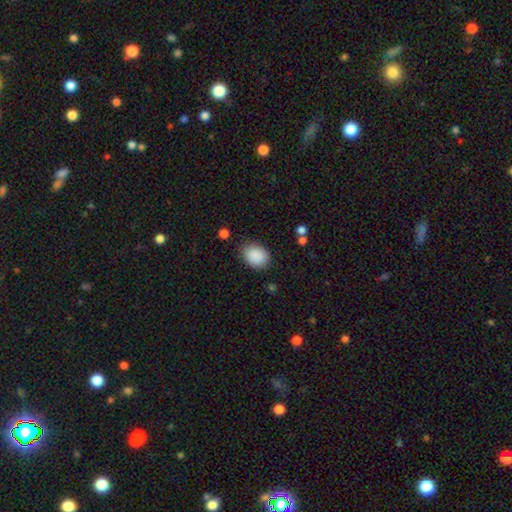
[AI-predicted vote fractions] smooth_or_featured: smooth (p=0.89) [alt: star or artifact p=0.08]
how_rounded: in between (p=0.61) [alt: round p=0.38]
merging: none (p=0.83) [alt: minor disturbance p=0.12]